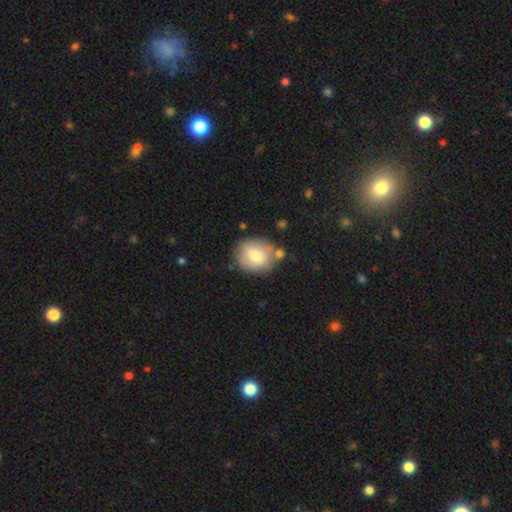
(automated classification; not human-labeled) Morphology: type=smooth (72%); roundness=round (76%); merging=none (72%).